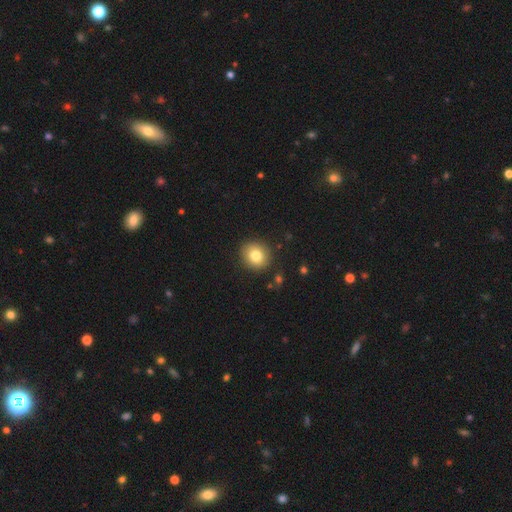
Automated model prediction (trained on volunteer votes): Morphology: type=smooth (80%); roundness=round (81%); merging=none (89%).